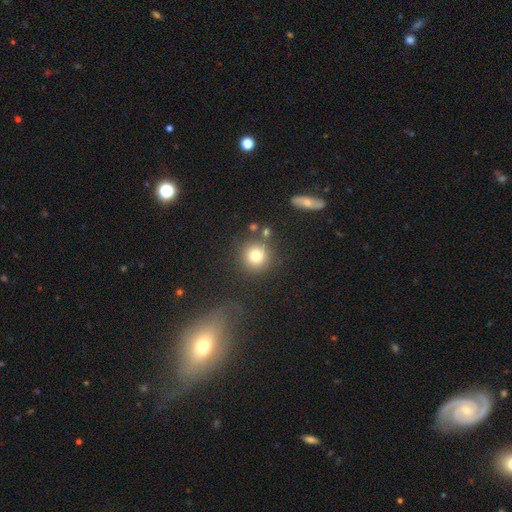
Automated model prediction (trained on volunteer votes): smooth_or_featured: smooth (p=0.79) [alt: star or artifact p=0.12]
how_rounded: round (p=0.94) [alt: in between p=0.05]
merging: none (p=0.81) [alt: minor disturbance p=0.08]